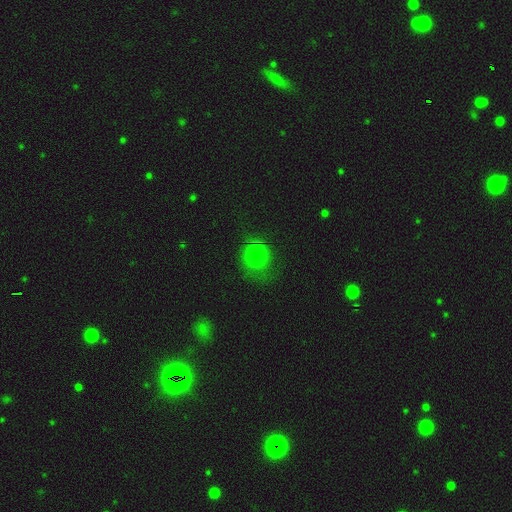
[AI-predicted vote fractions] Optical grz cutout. It shows a smooth galaxy with no disk features (77%) that is round (84%). Merging: none (68%).